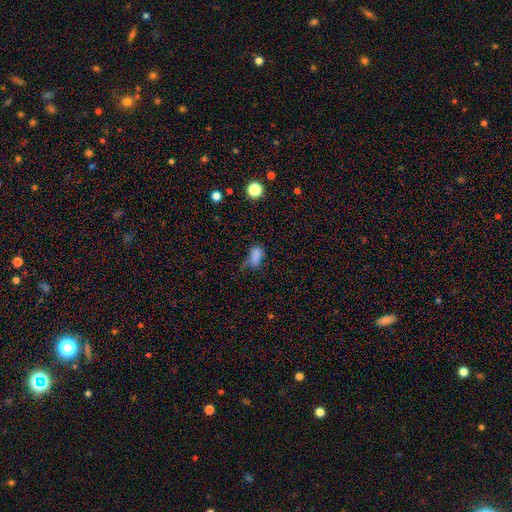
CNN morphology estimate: This is likely a smooth galaxy (74%). How rounded: clearly in between (85%). Merging: marginally minor disturbance (33%).